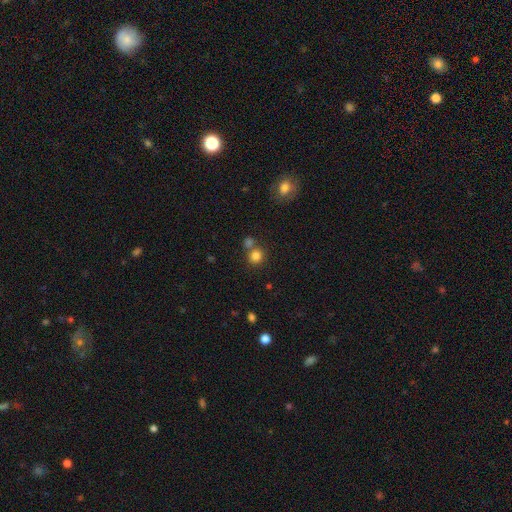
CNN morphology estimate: smooth_or_featured: smooth (p=0.81) [alt: star or artifact p=0.13]
how_rounded: round (p=0.86) [alt: in between p=0.13]
merging: none (p=0.63) [alt: merger p=0.26]